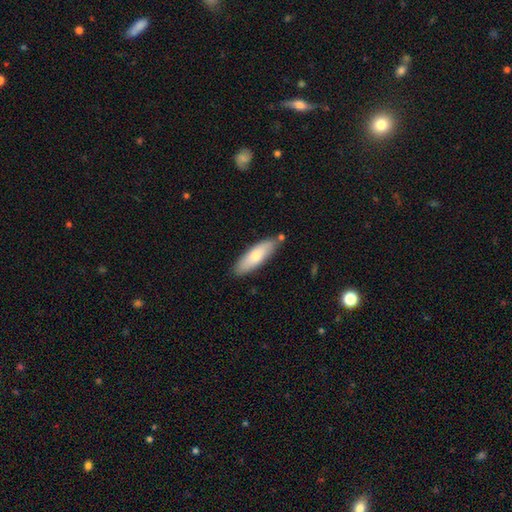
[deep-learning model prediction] Smooth or featured?
  - smooth: 69% *
  - featured or disk: 25%
  - star or artifact: 6%
How rounded?
  - cigar-shaped: 53% *
  - in between: 45%
  - round: 2%
Merging?
  - none: 77% *
  - minor disturbance: 14%
  - merger: 6%
  - major disturbance: 3%